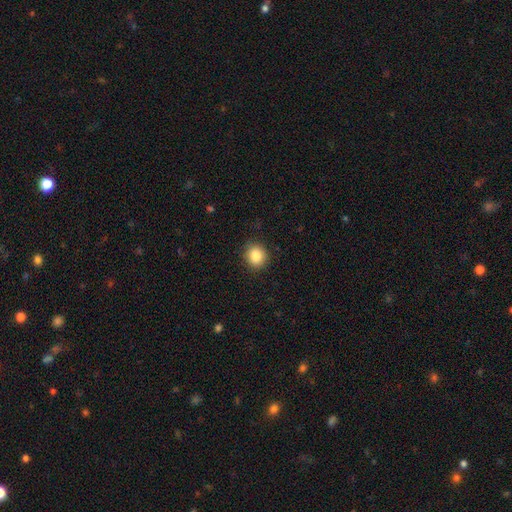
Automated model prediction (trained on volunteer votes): Smooth or featured?
  - smooth: 85% *
  - star or artifact: 10%
  - featured or disk: 6%
How rounded?
  - round: 83% *
  - in between: 16%
  - cigar-shaped: 1%
Merging?
  - none: 89% *
  - minor disturbance: 8%
  - major disturbance: 2%
  - merger: 1%